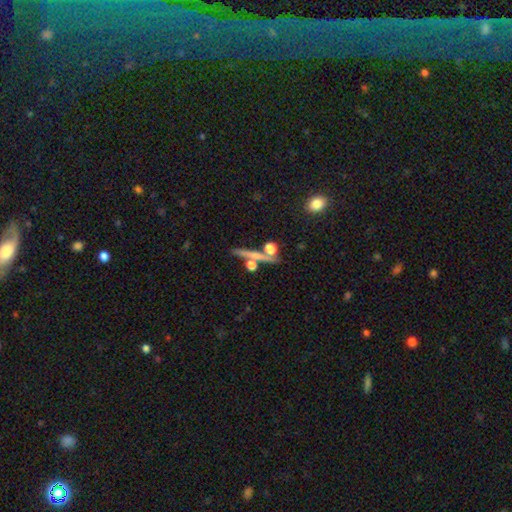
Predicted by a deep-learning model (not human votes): smooth_or_featured: smooth (p=0.49) [alt: featured or disk p=0.37]
merging: none (p=0.70) [alt: merger p=0.16]